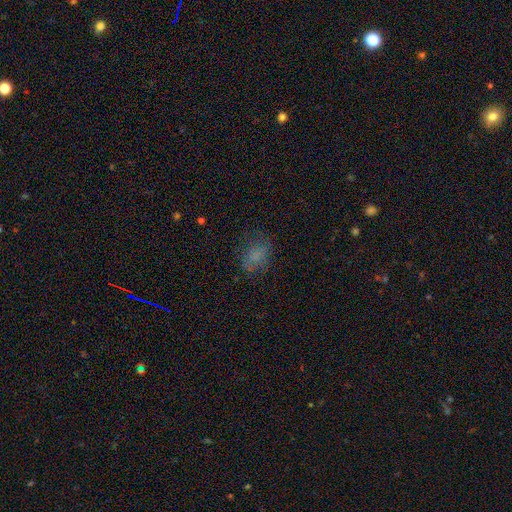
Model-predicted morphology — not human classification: smooth_or_featured: smooth (p=0.73) [alt: star or artifact p=0.14]
how_rounded: in between (p=0.76) [alt: round p=0.22]
merging: none (p=0.70) [alt: minor disturbance p=0.19]